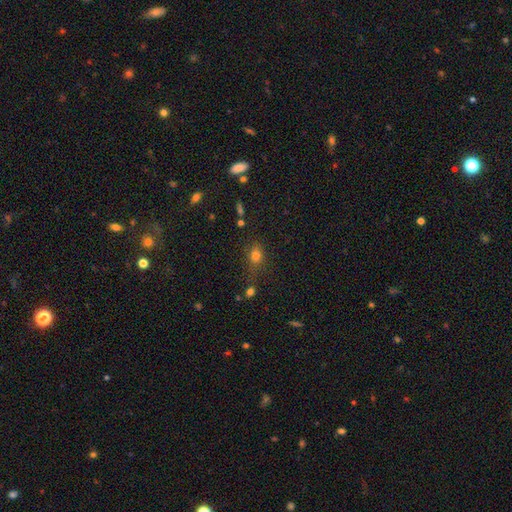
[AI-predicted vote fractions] This is likely a smooth galaxy (75%). How rounded: possibly in between (50%). Merging: likely none (65%).